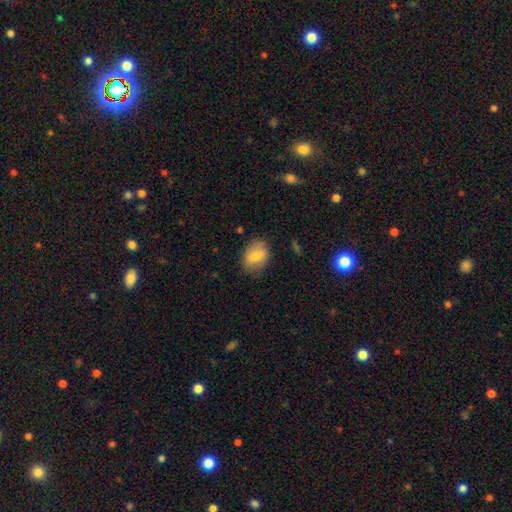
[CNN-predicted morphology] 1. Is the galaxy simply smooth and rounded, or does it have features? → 75% smooth, 17% featured or disk, 8% star or artifact.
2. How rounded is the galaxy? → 66% in between, 33% round, 1% cigar-shaped.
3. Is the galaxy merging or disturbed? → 77% none, 18% minor disturbance, 4% major disturbance, 1% merger.